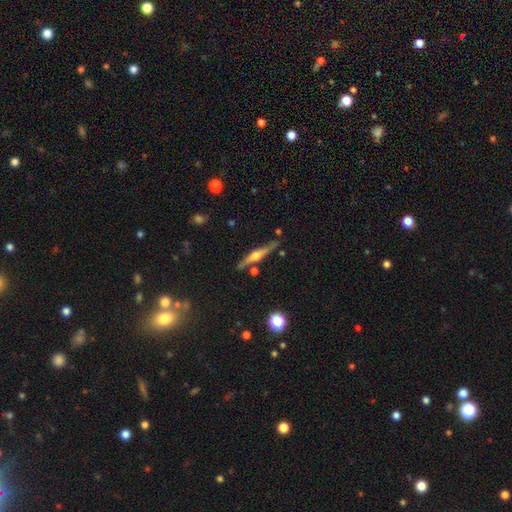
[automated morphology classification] Q: Smooth or featured?
A: featured or disk (76%); runner-up: smooth (17%)
Q: Edge-on disk?
A: yes (97%); runner-up: no (3%)
Q: Edge-on bulge?
A: rounded (93%); runner-up: boxy (4%)
Q: Merging?
A: none (82%); runner-up: minor disturbance (11%)